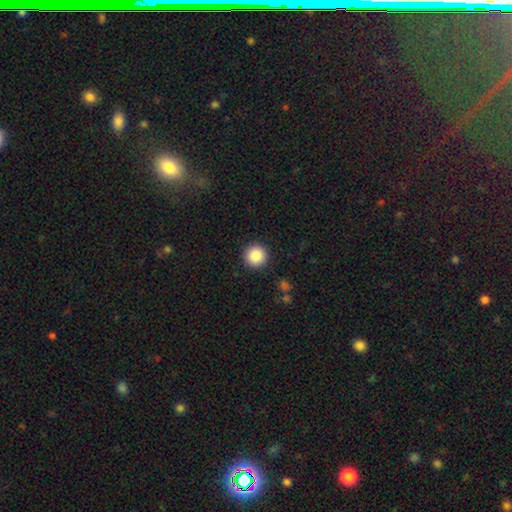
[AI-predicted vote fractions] Smooth or featured? smooth (88%)
How rounded? round (96%)
Merging? none (92%)